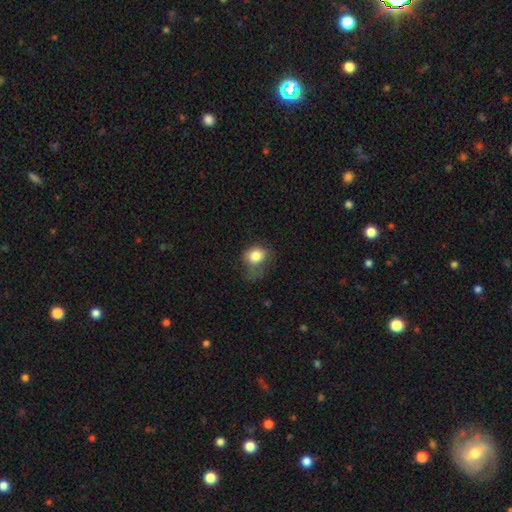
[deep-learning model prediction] A smooth galaxy with no disk features (81%) that is round (55%). Merging: major disturbance (33%, tied with minor disturbance).